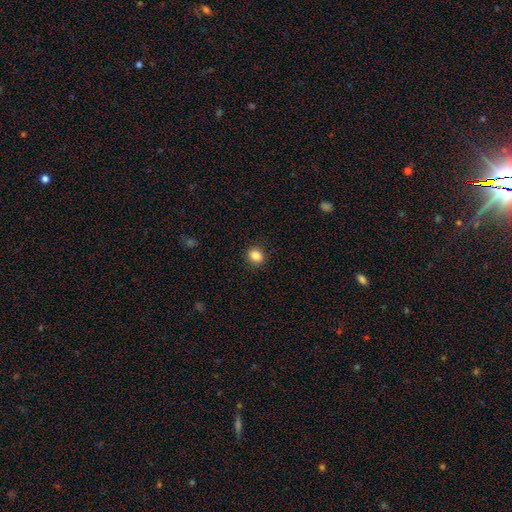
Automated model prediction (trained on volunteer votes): This appears to be a smooth galaxy with no disk features (86%) that is round (53%). Merging: none (89%).